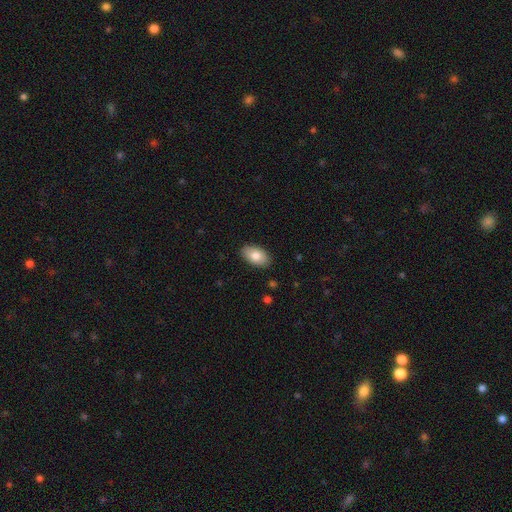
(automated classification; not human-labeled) Q: Smooth or featured?
A: smooth (81%); runner-up: featured or disk (12%)
Q: How rounded?
A: in between (94%); runner-up: round (4%)
Q: Merging?
A: none (88%); runner-up: minor disturbance (9%)